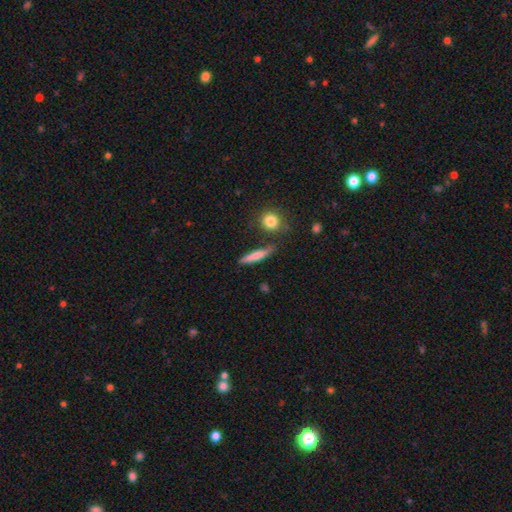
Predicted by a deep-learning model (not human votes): This appears to be a smooth galaxy with no disk features (74%) that is cigar-shaped (84%). Merging: none (79%).